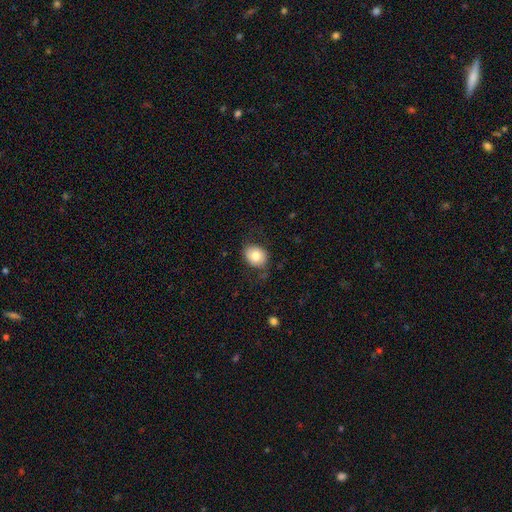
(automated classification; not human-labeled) A smooth galaxy with no disk features (75%) that is round (54%).

Vote fractions:
- Smooth or featured? smooth: 75% / featured or disk: 17% / star or artifact: 8%
- How rounded? round: 54% / in between: 45% / cigar-shaped: 1%
- Merging? none: 75% / minor disturbance: 17% / major disturbance: 7% / merger: 1%